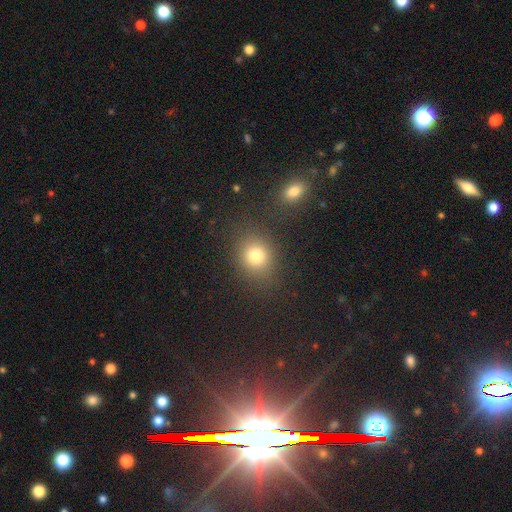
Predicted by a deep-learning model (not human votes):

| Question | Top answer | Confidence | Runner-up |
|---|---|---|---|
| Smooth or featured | smooth | 77% | star or artifact (15%) |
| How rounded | round | 70% | in between (28%) |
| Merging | none | 80% | minor disturbance (9%) |